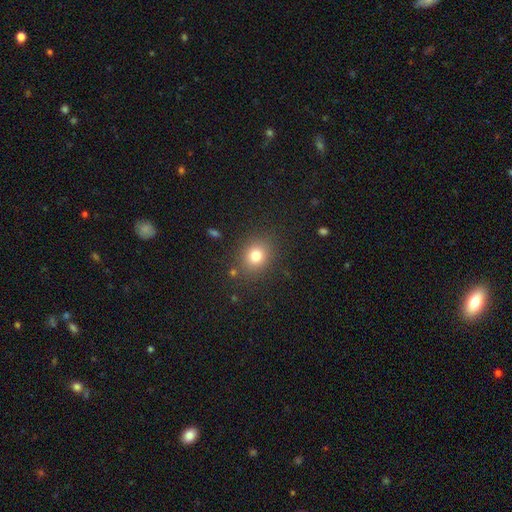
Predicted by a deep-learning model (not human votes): A smooth galaxy with no disk features (79%) that is round (68%).

Vote fractions:
- Smooth or featured? smooth: 79% / star or artifact: 13% / featured or disk: 8%
- How rounded? round: 68% / in between: 31% / cigar-shaped: 1%
- Merging? none: 84% / minor disturbance: 10% / major disturbance: 4% / merger: 3%